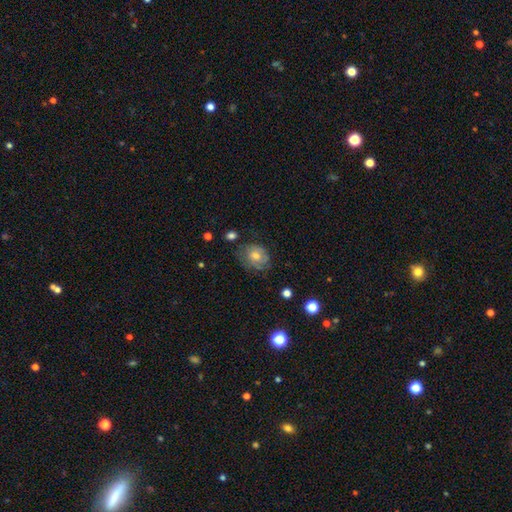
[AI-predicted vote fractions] Smooth or featured? Predicted: smooth (p=0.48). Merging? Predicted: none (p=0.65).